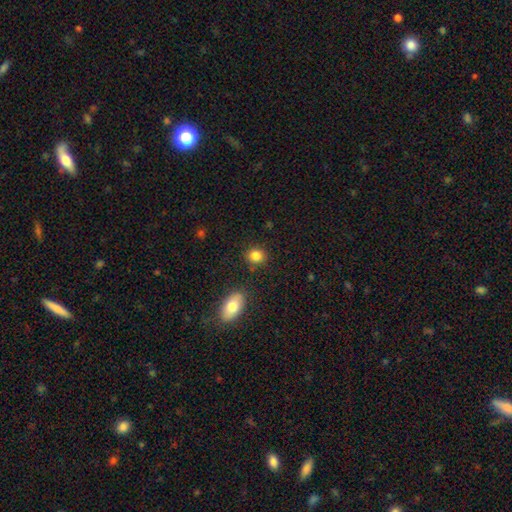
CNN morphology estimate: Q: Smooth or featured?
A: smooth (85%); runner-up: star or artifact (10%)
Q: How rounded?
A: round (73%); runner-up: in between (26%)
Q: Merging?
A: none (84%); runner-up: minor disturbance (9%)